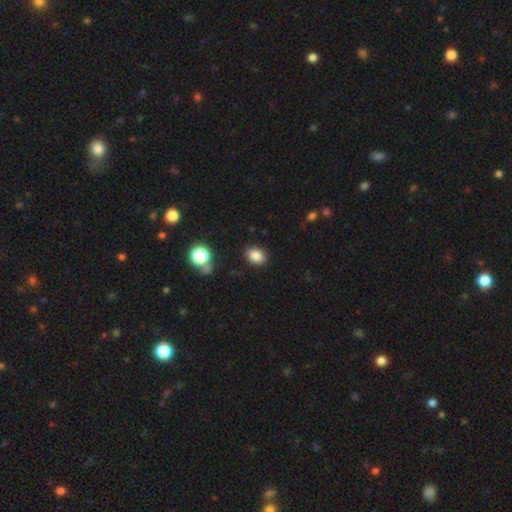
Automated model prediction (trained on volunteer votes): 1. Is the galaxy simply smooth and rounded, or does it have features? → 84% smooth, 11% star or artifact, 5% featured or disk.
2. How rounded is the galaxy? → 65% in between, 34% round, 1% cigar-shaped.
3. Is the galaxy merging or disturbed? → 87% none, 9% minor disturbance, 3% major disturbance, 2% merger.